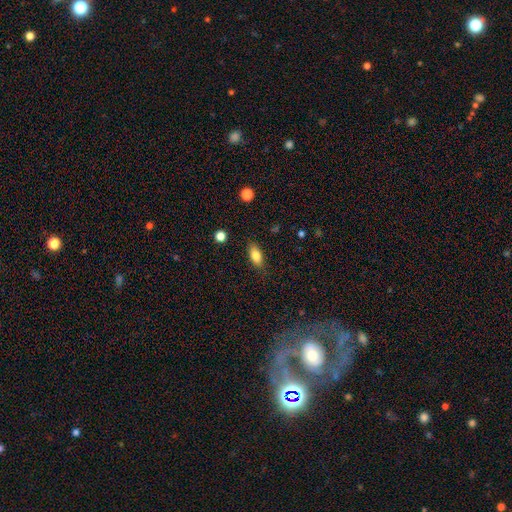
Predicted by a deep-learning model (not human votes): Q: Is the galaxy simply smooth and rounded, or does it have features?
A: smooth — 82%.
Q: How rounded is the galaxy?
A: in between — 85%.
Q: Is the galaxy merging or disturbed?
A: none — 85%.